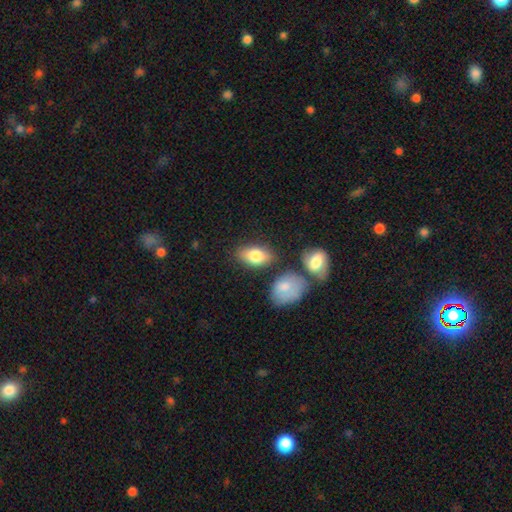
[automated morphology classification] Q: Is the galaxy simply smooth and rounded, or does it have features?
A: smooth — 78%.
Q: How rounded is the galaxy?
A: in between — 89%.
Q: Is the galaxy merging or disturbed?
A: none — 74%.